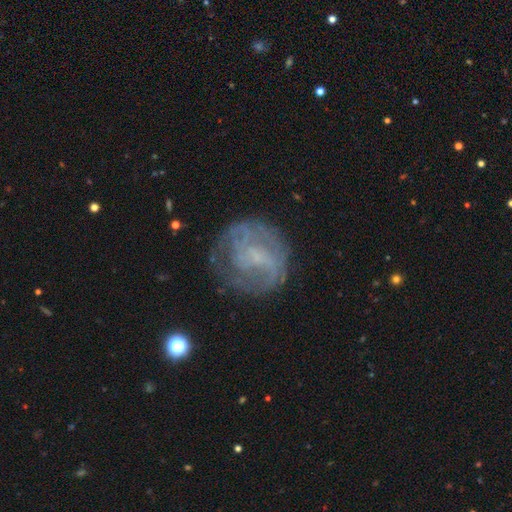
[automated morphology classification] Smooth or featured? featured or disk (68%)
Edge-on disk? no (97%)
Bar? no (51%)
Spiral arms? yes (71%)
Bulge size? small (49%)
Merging? none (67%)